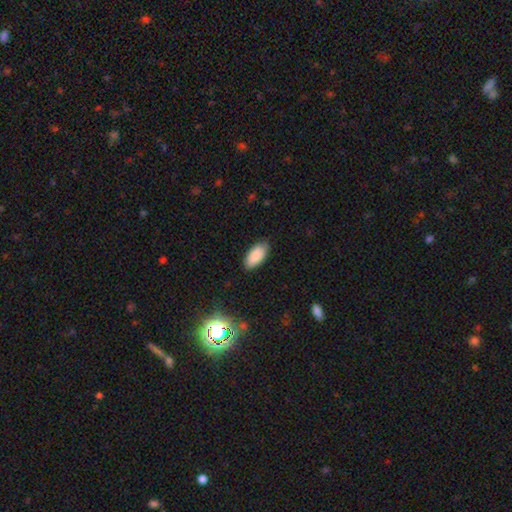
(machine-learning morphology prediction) Smooth or featured? smooth (88%)
How rounded? in between (93%)
Merging? none (83%)